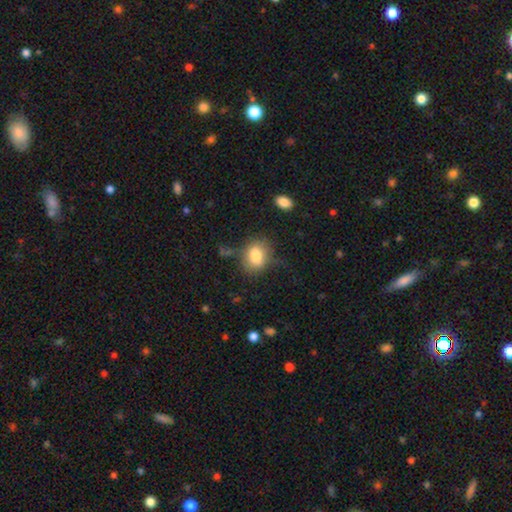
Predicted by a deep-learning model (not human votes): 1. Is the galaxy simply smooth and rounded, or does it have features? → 77% smooth, 14% featured or disk, 9% star or artifact.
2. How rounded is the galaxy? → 58% in between, 40% round, 1% cigar-shaped.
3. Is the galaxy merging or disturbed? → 66% none, 21% minor disturbance, 9% major disturbance, 3% merger.